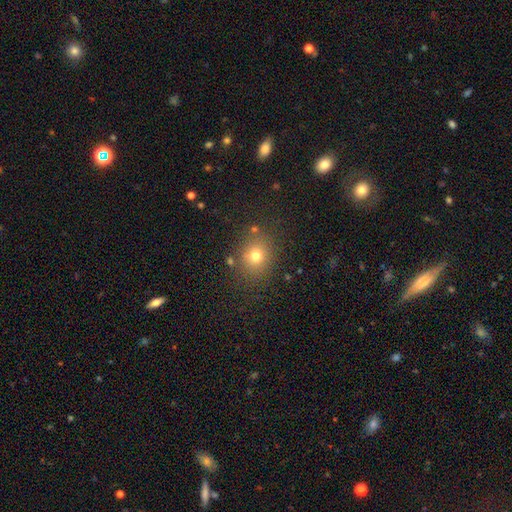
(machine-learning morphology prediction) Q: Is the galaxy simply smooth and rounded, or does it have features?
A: smooth — 73%.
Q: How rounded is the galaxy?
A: round — 66%.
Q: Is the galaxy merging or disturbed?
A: none — 81%.